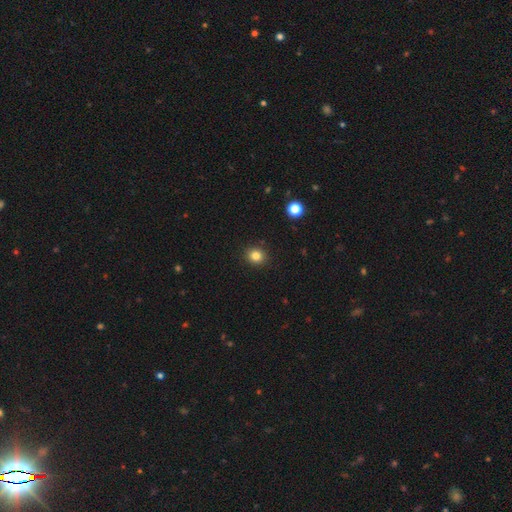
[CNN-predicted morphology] This is clearly a smooth galaxy (82%). How rounded: clearly round (81%). Merging: clearly none (91%).